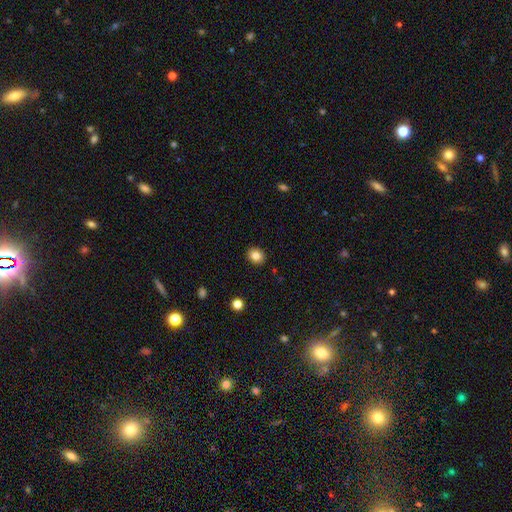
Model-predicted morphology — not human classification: A smooth galaxy with no disk features (84%) that is round (64%).

Vote fractions:
- Smooth or featured? smooth: 84% / star or artifact: 10% / featured or disk: 6%
- How rounded? round: 64% / in between: 35% / cigar-shaped: 1%
- Merging? none: 90% / minor disturbance: 7% / major disturbance: 2% / merger: 1%